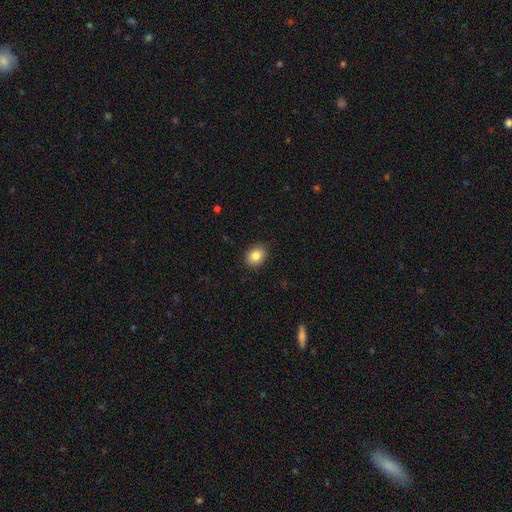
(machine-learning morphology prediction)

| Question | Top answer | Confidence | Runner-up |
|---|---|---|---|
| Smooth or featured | smooth | 84% | star or artifact (9%) |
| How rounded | in between | 59% | round (40%) |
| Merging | none | 89% | minor disturbance (8%) |